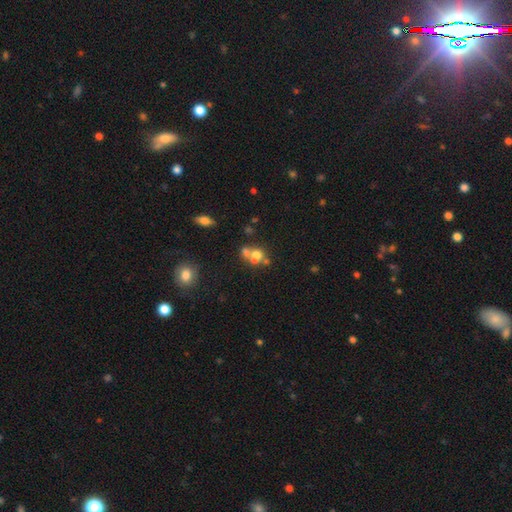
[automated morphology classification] This is likely a smooth galaxy (61%). How rounded: likely round (61%). Merging: possibly merger (53%).